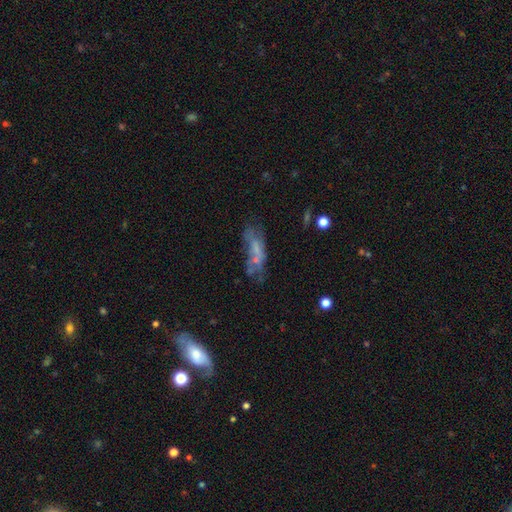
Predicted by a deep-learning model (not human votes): Overall: featured or disk (43%; smooth 42%). Merging: none (47%; minor disturbance 22%).